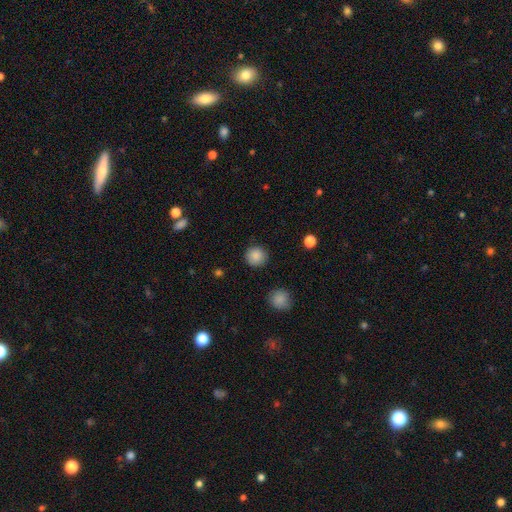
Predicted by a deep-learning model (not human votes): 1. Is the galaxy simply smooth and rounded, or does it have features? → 87% smooth, 9% star or artifact, 4% featured or disk.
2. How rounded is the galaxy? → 94% round, 5% in between, 1% cigar-shaped.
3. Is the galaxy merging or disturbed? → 90% none, 7% minor disturbance, 3% major disturbance, 1% merger.